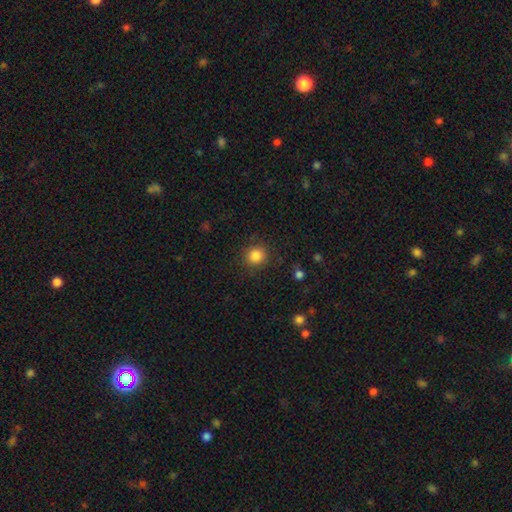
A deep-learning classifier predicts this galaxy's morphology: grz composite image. It shows a smooth galaxy with no disk features (85%) that is round (91%). Merging: none (88%).